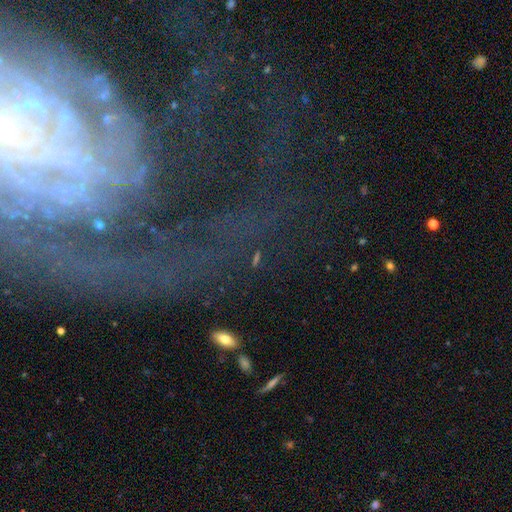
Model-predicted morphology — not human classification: featured or disk 40% (tied), star or artifact 40% (tied), smooth 20%. Down the decision tree: merging — none (62%).